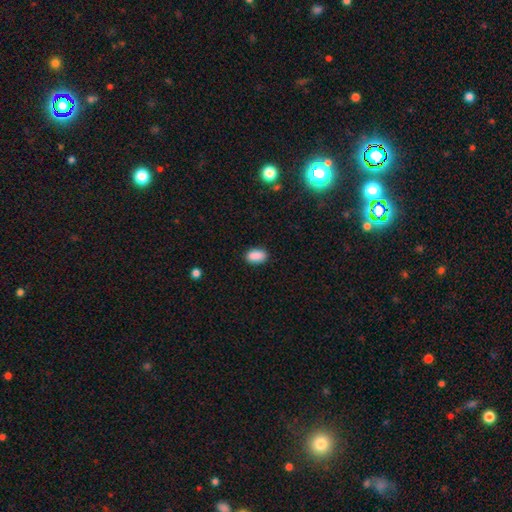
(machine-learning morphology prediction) This appears to be a smooth galaxy with no disk features (89%) that is in between round and cigar-shaped (91%). Merging: none (88%).